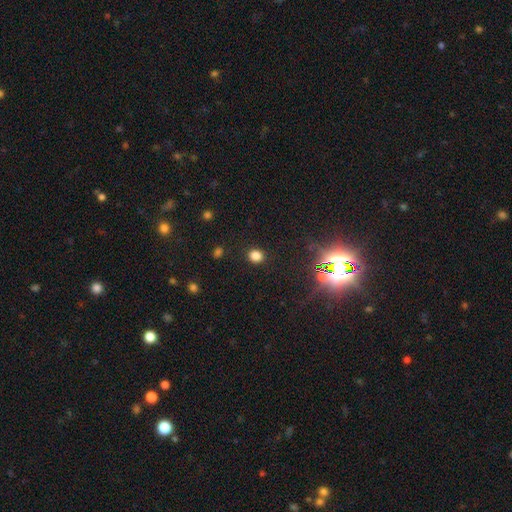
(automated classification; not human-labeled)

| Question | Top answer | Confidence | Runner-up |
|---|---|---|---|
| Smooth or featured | smooth | 81% | star or artifact (15%) |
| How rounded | round | 71% | in between (28%) |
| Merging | none | 89% | minor disturbance (7%) |